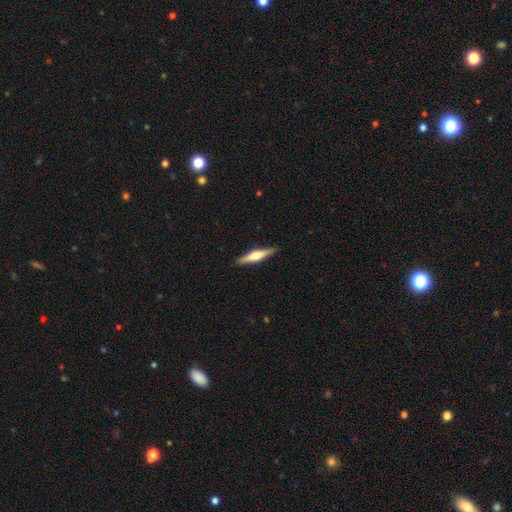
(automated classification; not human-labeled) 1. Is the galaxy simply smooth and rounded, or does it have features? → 57% featured or disk, 37% smooth, 5% star or artifact.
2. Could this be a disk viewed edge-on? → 96% yes, 4% no.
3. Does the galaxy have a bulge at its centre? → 85% rounded, 10% boxy, 5% none.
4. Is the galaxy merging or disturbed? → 90% none, 7% minor disturbance, 2% major disturbance, 1% merger.